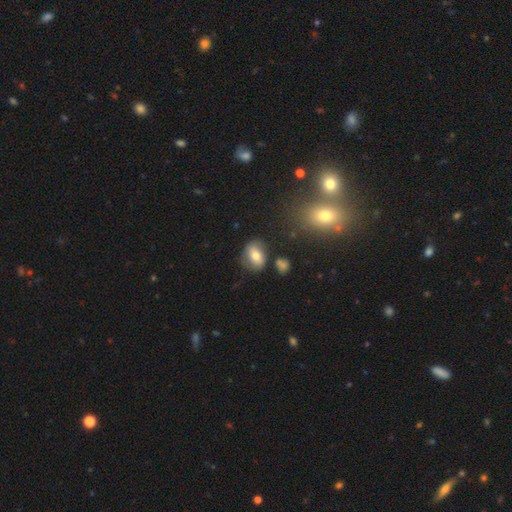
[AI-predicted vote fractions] Smooth or featured: smooth — 65% (featured or disk — 25%)
How rounded: in between — 66% (round — 32%)
Merging: none — 69% (minor disturbance — 19%)